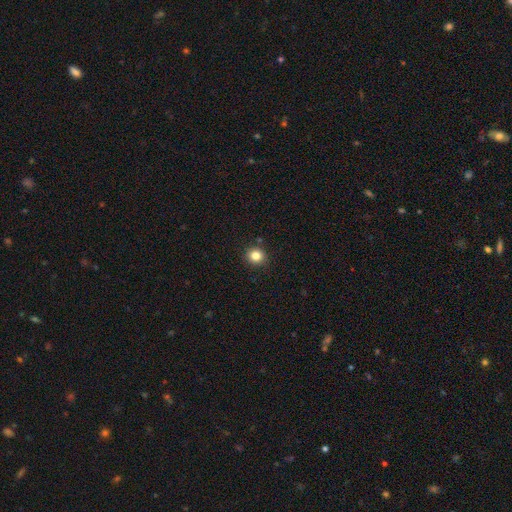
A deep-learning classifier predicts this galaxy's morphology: smooth-or-featured: smooth: 83% | star or artifact: 12% | featured or disk: 5%
  how-rounded: round: 89% | in between: 11% | cigar-shaped: 1%
  merging: none: 90% | minor disturbance: 7% | major disturbance: 2% | merger: 2%